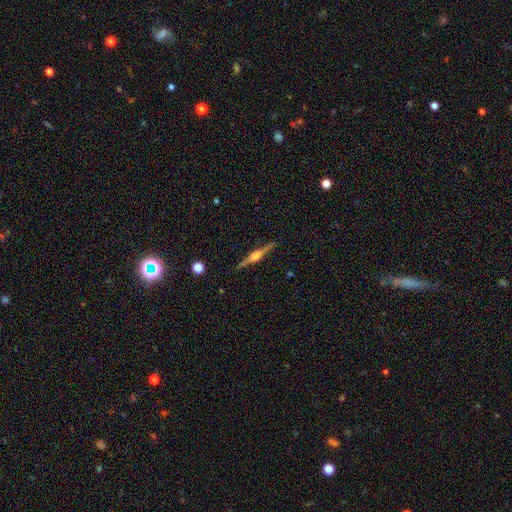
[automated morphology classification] Overall: featured or disk (83%). Edge-on disk: yes (98%). Edge-on bulge: rounded (83%). Merging: none (91%).